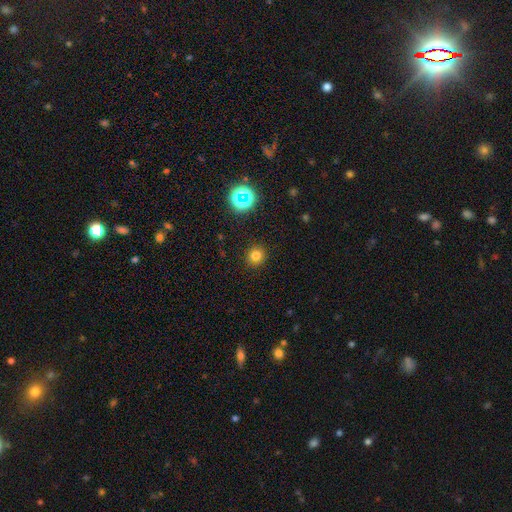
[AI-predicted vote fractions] Morphology: type=smooth (76%); roundness=round (92%); merging=none (91%).